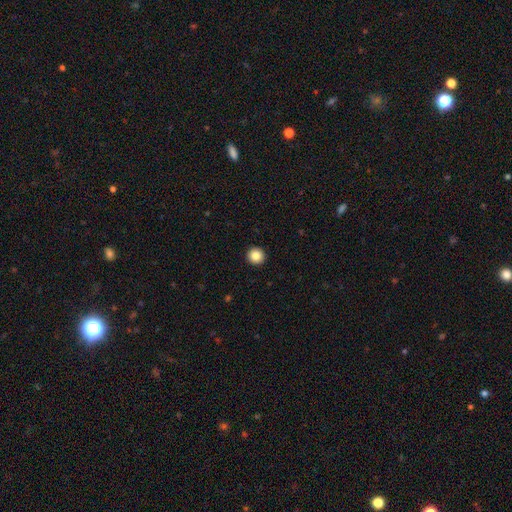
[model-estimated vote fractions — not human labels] A smooth galaxy with no disk features (86%) that is round (94%).

Vote fractions:
- Smooth or featured? smooth: 86% / star or artifact: 9% / featured or disk: 5%
- How rounded? round: 94% / in between: 5% / cigar-shaped: 1%
- Merging? none: 94% / minor disturbance: 4% / major disturbance: 1% / merger: 1%